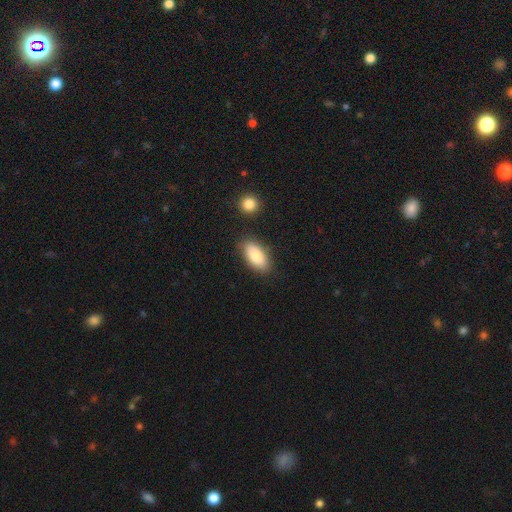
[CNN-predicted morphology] type=smooth (82%); roundness=in between (91%); merging=none (81%).